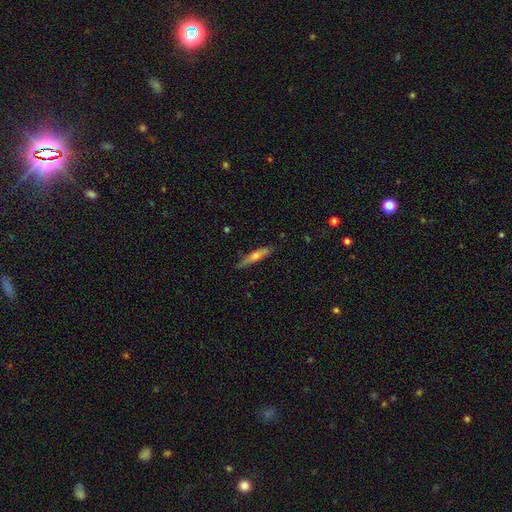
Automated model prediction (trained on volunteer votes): Smooth or featured? Predicted: smooth (p=0.49). Merging? Predicted: none (p=0.84).